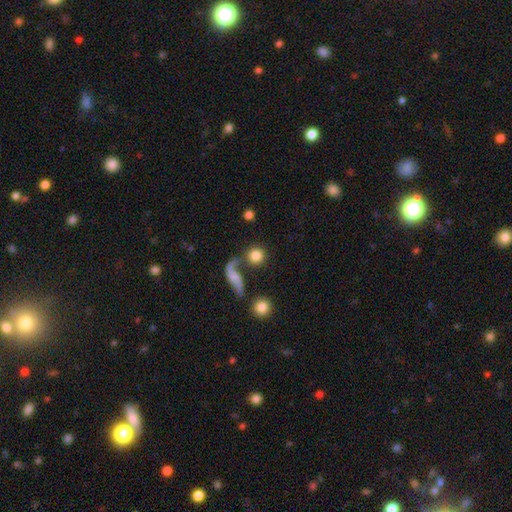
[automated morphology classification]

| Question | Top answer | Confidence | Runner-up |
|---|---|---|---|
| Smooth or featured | smooth | 76% | featured or disk (15%) |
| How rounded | round | 91% | in between (7%) |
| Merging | none | 61% | merger (20%) |